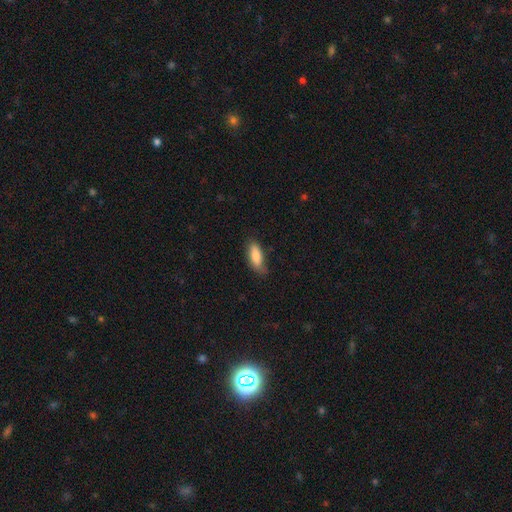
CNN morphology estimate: Overall: smooth (83%). How rounded: in between (71%). Merging: none (72%).